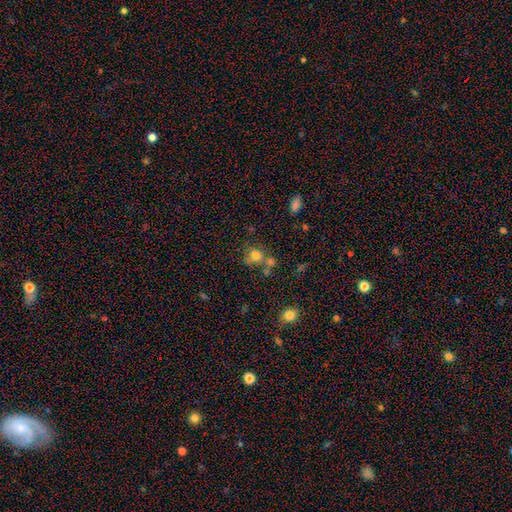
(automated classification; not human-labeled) Smooth or featured? Predicted: smooth (p=0.74). How rounded? Predicted: round (p=0.77). Merging? Predicted: none (p=0.49).